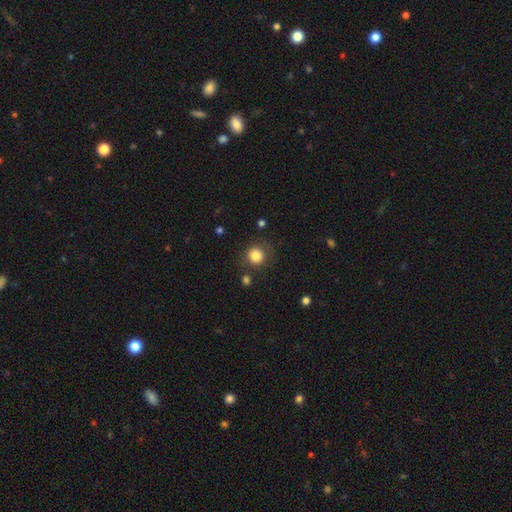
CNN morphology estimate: type=smooth (83%); roundness=round (90%); merging=none (79%).